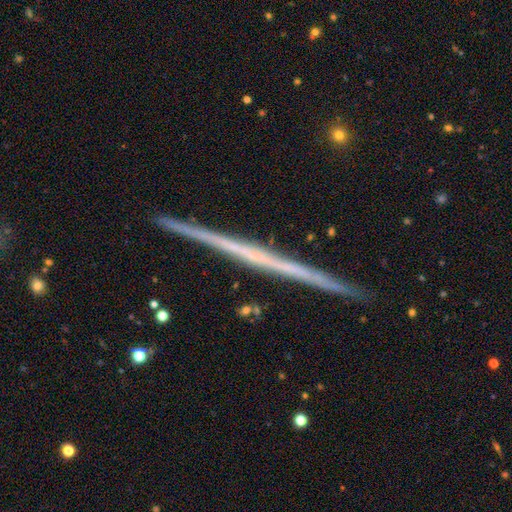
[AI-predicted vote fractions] Smooth or featured? featured or disk (73%)
Edge-on disk? yes (98%)
Edge-on bulge? none (89%)
Merging? none (92%)